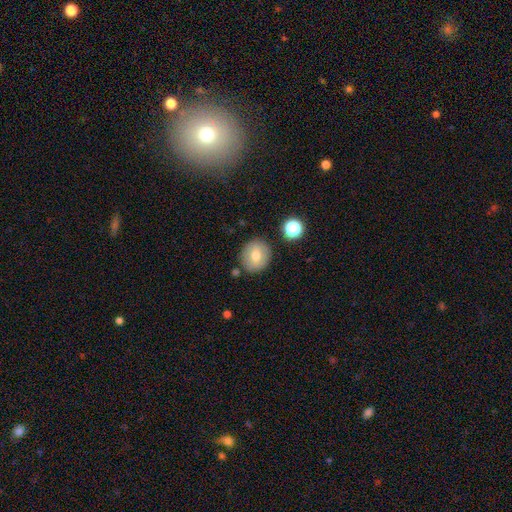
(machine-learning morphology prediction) smooth-or-featured: smooth: 73% | featured or disk: 18% | star or artifact: 10%
  how-rounded: round: 81% | in between: 18% | cigar-shaped: 1%
  merging: none: 82% | minor disturbance: 10% | merger: 4% | major disturbance: 3%